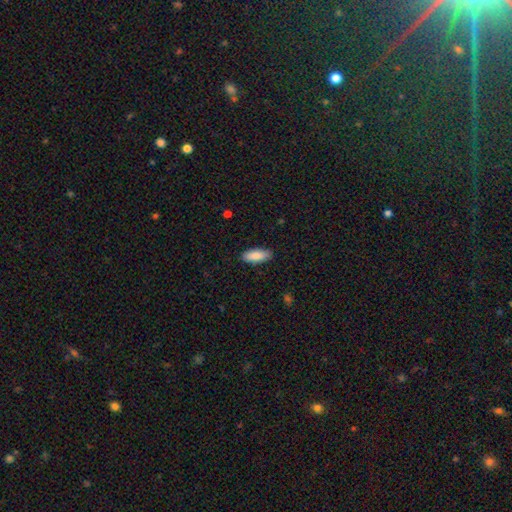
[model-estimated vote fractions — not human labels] The model was most divided on "how rounded": in between: 78%, cigar-shaped: 20%, round: 2%. More confident: smooth or featured — smooth (88%); merging — none (87%).